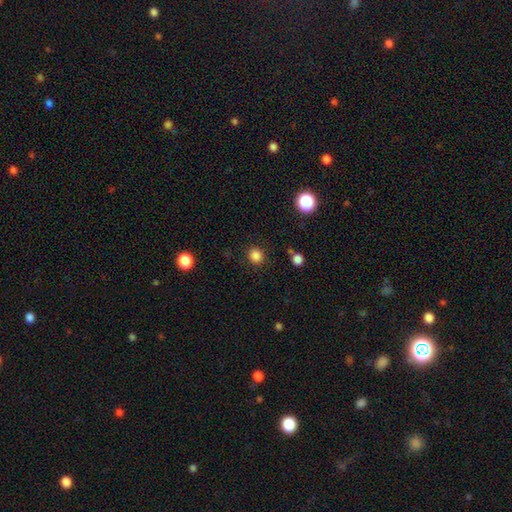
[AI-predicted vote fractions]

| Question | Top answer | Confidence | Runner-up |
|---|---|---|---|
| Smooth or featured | smooth | 84% | star or artifact (12%) |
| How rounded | round | 86% | in between (13%) |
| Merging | none | 89% | minor disturbance (7%) |